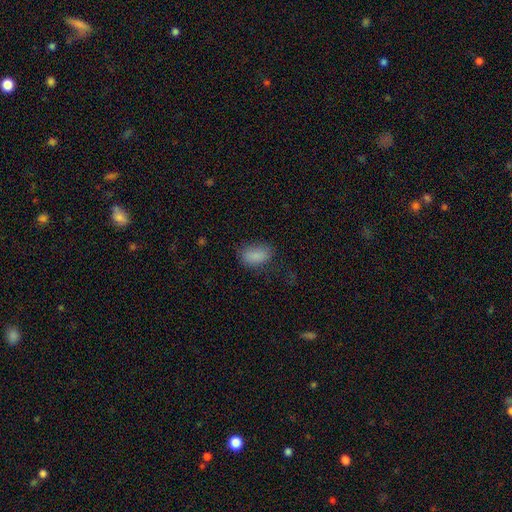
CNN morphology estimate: smooth 85%, star or artifact 9%, featured or disk 6%. Down the decision tree: how rounded — in between (88%); merging — none (69%).